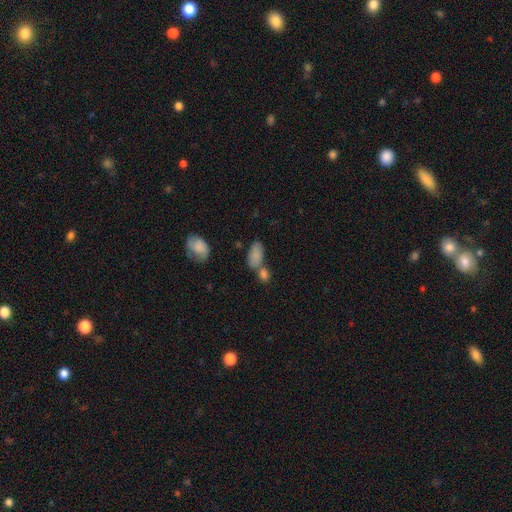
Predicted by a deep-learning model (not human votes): A smooth galaxy with no disk features (84%) that is in between round and cigar-shaped (91%). Merging: none (50%).